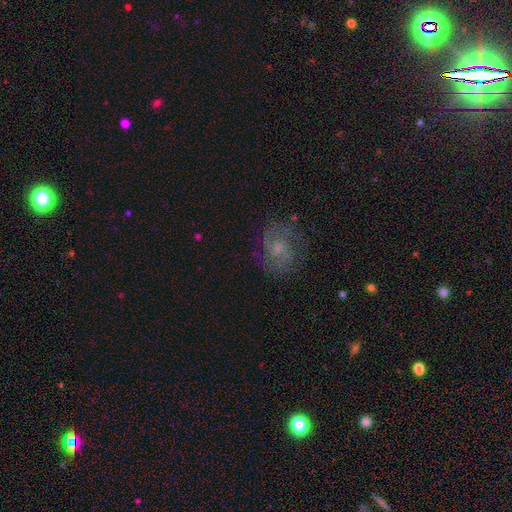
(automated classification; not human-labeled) A featured or disk galaxy (72%) with no bar (57%), 2 (66%) medium (51%) spiral arms (92%) and a small central bulge (51%). Merging: none (74%).